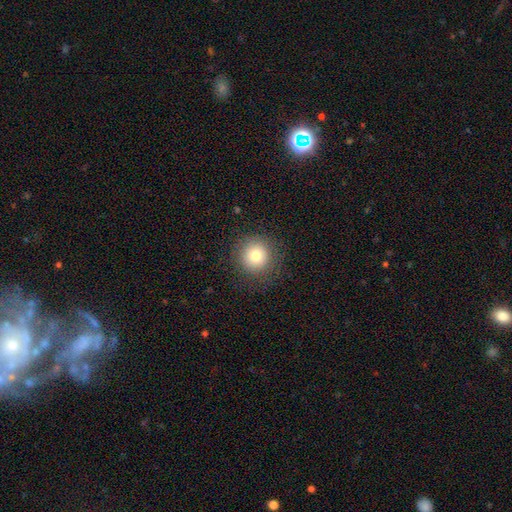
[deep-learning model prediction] This appears to be a smooth galaxy with no disk features (78%) that is round (94%). Merging: none (88%).